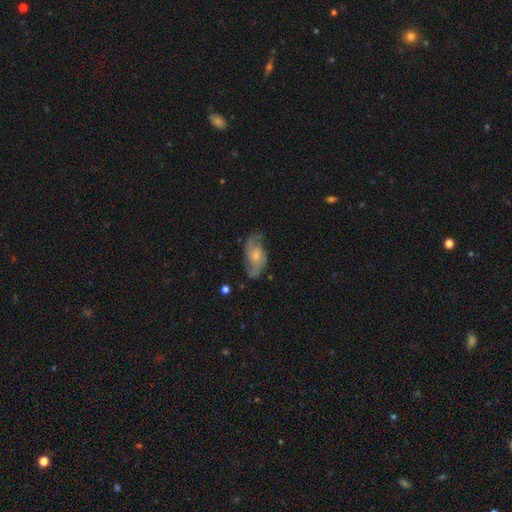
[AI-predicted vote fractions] Q: Smooth or featured?
A: featured or disk (70%); runner-up: smooth (24%)
Q: Edge-on disk?
A: no (95%); runner-up: yes (5%)
Q: Bar?
A: no (69%); runner-up: weak (27%)
Q: Spiral arms?
A: yes (90%); runner-up: no (10%)
Q: Spiral winding?
A: loose (44%); runner-up: medium (41%)
Q: Spiral arm count?
A: 2 (86%); runner-up: can't tell (7%)
Q: Bulge size?
A: small (46%); runner-up: moderate (42%)
Q: Merging?
A: none (69%); runner-up: minor disturbance (21%)